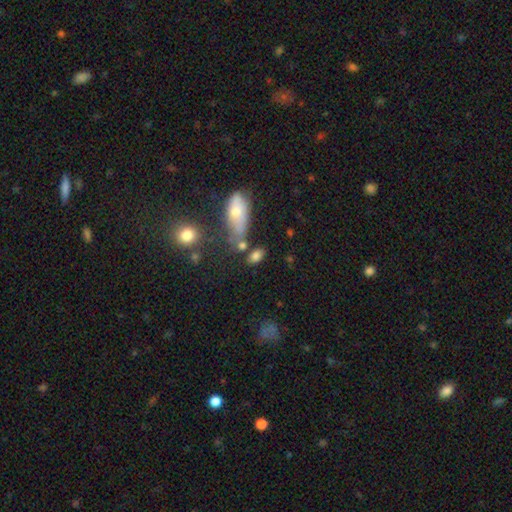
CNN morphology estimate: A smooth galaxy with no disk features (79%) that is in between round and cigar-shaped (84%). Merging: none (62%).